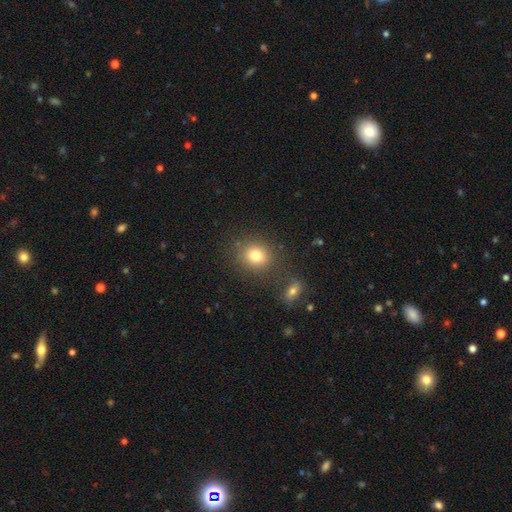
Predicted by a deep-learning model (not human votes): smooth-or-featured: smooth: 79% | star or artifact: 12% | featured or disk: 9%
  how-rounded: round: 77% | in between: 22% | cigar-shaped: 1%
  merging: none: 78% | minor disturbance: 9% | merger: 9% | major disturbance: 4%